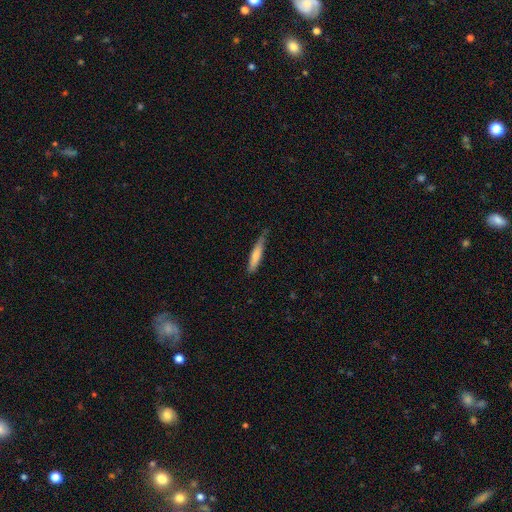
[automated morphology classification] smooth 74%, featured or disk 21%, star or artifact 5%. Down the decision tree: how rounded — cigar-shaped (87%); merging — none (65%).